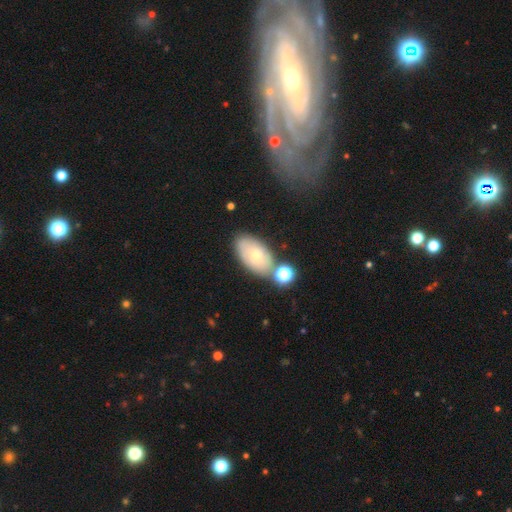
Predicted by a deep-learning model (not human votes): Smooth or featured?
  - smooth: 57% *
  - featured or disk: 34%
  - star or artifact: 9%
How rounded?
  - in between: 92% *
  - round: 6%
  - cigar-shaped: 2%
Merging?
  - none: 65% *
  - minor disturbance: 16%
  - merger: 14%
  - major disturbance: 5%